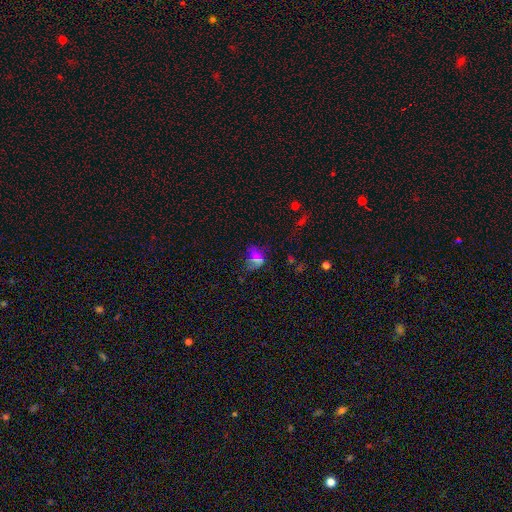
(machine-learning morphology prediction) A smooth galaxy with no disk features (48%). Merging: none (53%).